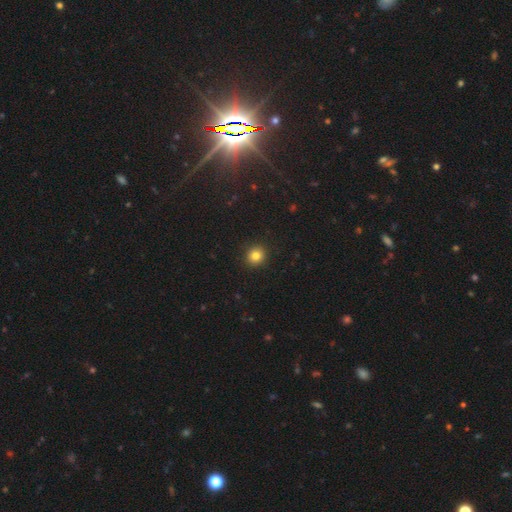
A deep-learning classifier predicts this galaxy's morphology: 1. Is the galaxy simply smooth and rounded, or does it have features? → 83% smooth, 12% star or artifact, 6% featured or disk.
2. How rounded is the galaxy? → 89% round, 10% in between, 1% cigar-shaped.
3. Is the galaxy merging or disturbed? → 93% none, 5% minor disturbance, 2% major disturbance, 1% merger.